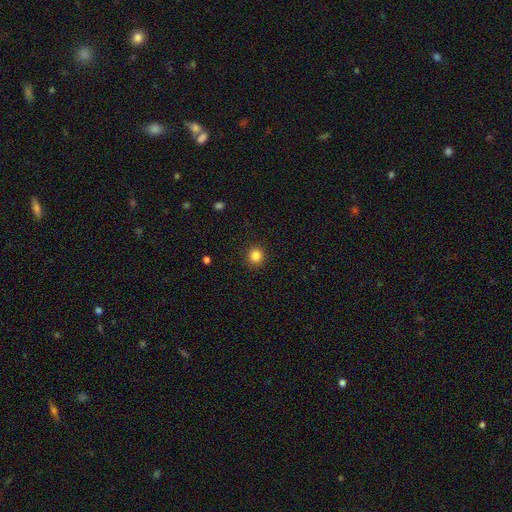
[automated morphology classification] This is clearly a smooth galaxy (84%). How rounded: clearly round (91%). Merging: clearly none (91%).